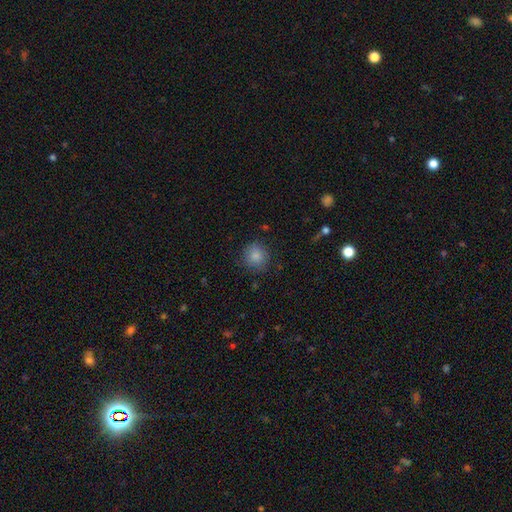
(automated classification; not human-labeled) Morphology: type=smooth (84%); roundness=round (91%); merging=none (85%).